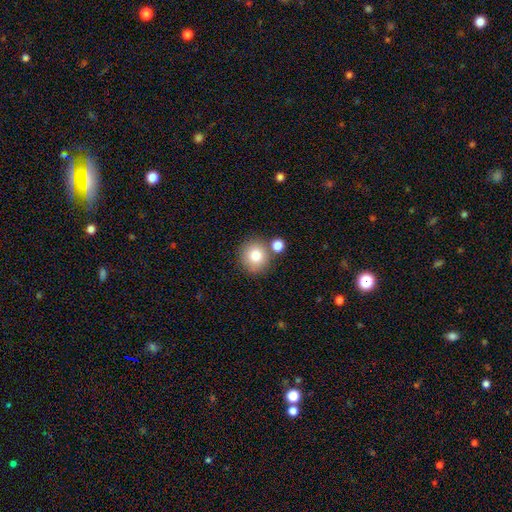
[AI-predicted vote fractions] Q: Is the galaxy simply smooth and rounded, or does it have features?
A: smooth — 82%.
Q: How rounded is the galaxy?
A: round — 89%.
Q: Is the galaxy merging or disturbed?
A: none — 73%.